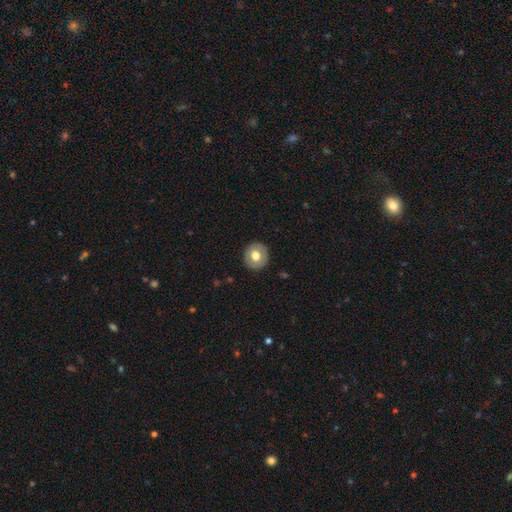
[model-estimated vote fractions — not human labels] Morphology: type=smooth (64%); roundness=round (89%); merging=none (90%).